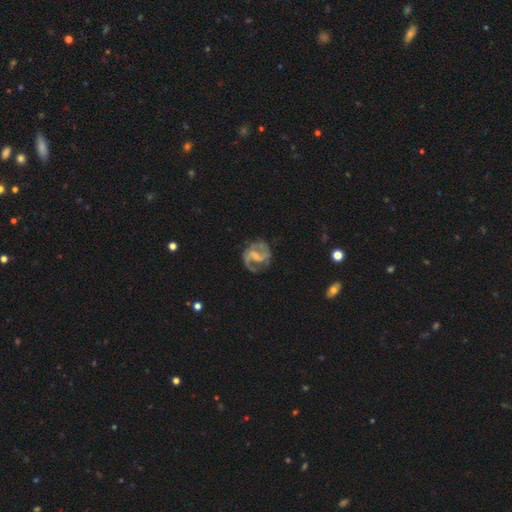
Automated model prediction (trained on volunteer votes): The model was most divided on "bulge size": small: 51%, moderate: 26%, none: 20%, large: 2%, dominant: 1%. More confident: edge-on disk — no (98%); spiral arms — yes (95%); smooth or featured — featured or disk (86%); spiral arm count — 2 (85%); merging — none (68%); spiral winding — medium (55%); bar — weak (54%).